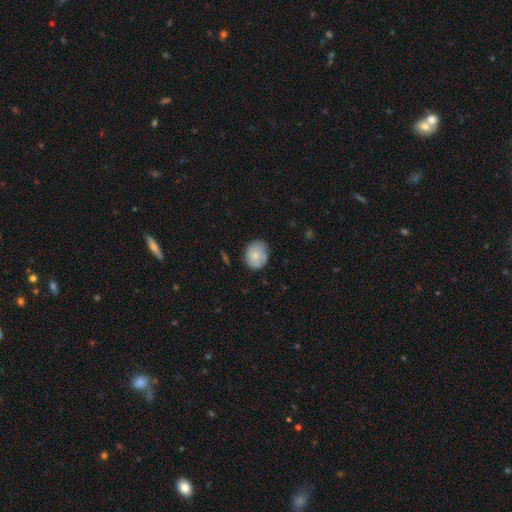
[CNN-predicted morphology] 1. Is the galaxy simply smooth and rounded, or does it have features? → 76% smooth, 17% featured or disk, 7% star or artifact.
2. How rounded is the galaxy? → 62% round, 37% in between, 1% cigar-shaped.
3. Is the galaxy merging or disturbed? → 68% none, 25% minor disturbance, 5% major disturbance, 3% merger.